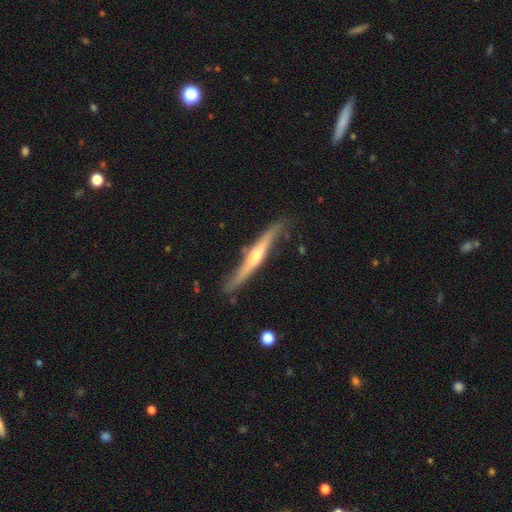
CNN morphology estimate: Overall: featured or disk (78%). Edge-on disk: yes (92%). Edge-on bulge: rounded (84%). Merging: none (78%).